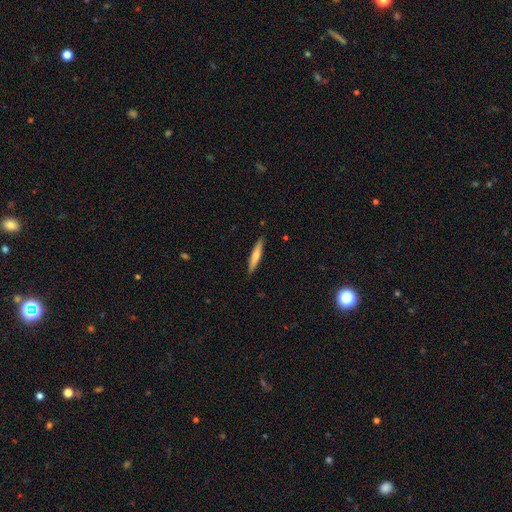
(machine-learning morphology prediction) A smooth galaxy with no disk features (63%) that is cigar-shaped (90%). Merging: none (90%).